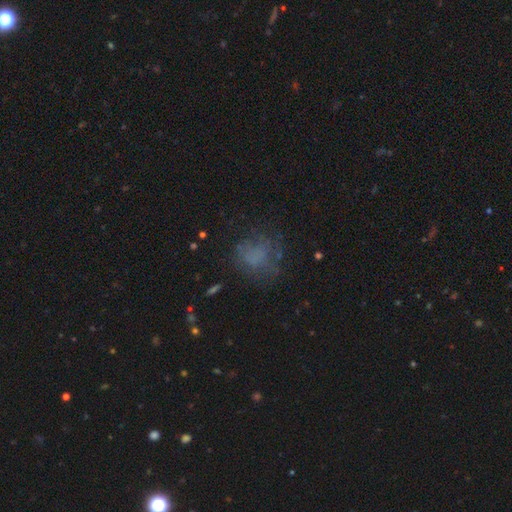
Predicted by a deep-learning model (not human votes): Smooth or featured: smooth — 52% (featured or disk — 28%)
How rounded: round — 65% (in between — 34%)
Merging: none — 56% (major disturbance — 21%)